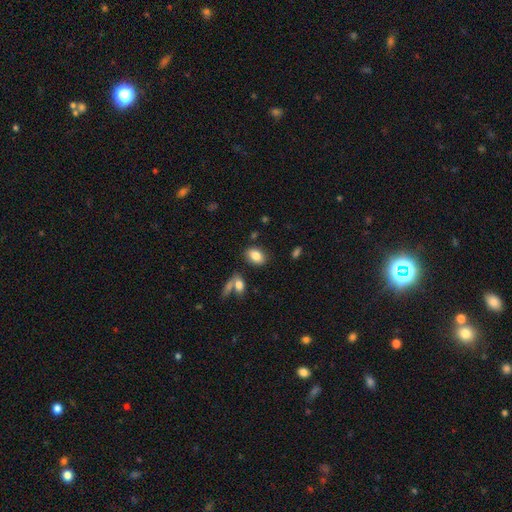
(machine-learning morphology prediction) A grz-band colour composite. It shows a smooth galaxy with no disk features (82%) that is in between round and cigar-shaped (82%). Merging: none (78%).